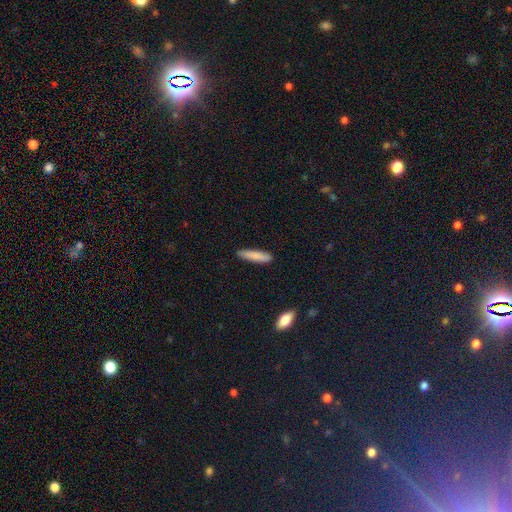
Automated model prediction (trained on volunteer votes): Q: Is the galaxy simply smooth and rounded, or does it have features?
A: smooth — 84%.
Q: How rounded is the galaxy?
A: cigar-shaped — 83%.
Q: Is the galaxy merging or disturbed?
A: none — 87%.